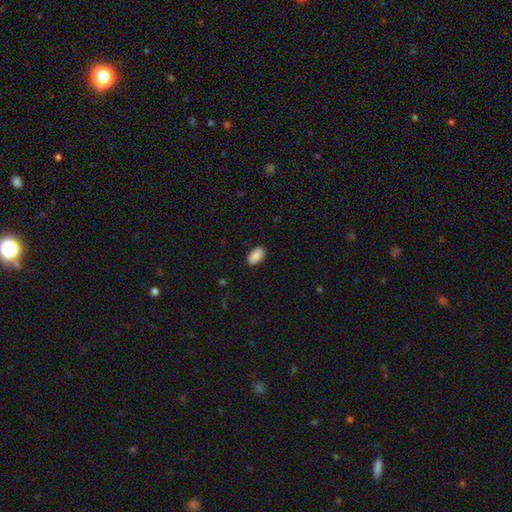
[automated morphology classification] Smooth or featured?
  - smooth: 90% *
  - star or artifact: 7%
  - featured or disk: 3%
How rounded?
  - in between: 95% *
  - round: 3%
  - cigar-shaped: 2%
Merging?
  - none: 88% *
  - minor disturbance: 8%
  - major disturbance: 2%
  - merger: 1%